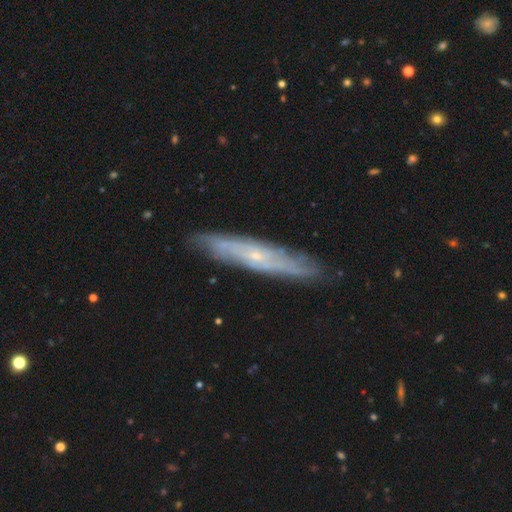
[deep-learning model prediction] Smooth or featured? Predicted: featured or disk (p=0.72). Edge-on disk? Predicted: yes (p=0.57). Merging? Predicted: none (p=0.85).